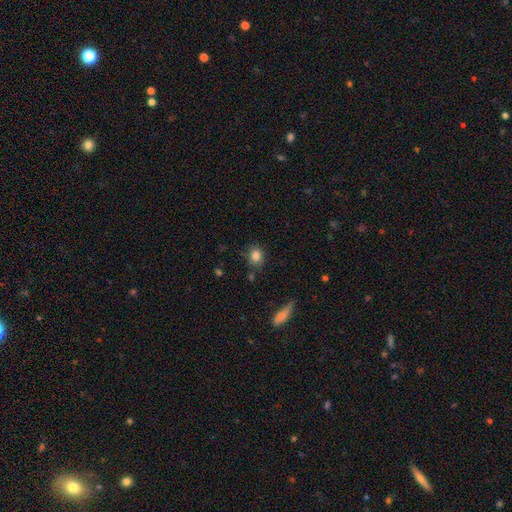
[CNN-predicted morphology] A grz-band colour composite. It shows a smooth galaxy with no disk features (84%) that is round (61%). Merging: none (75%).